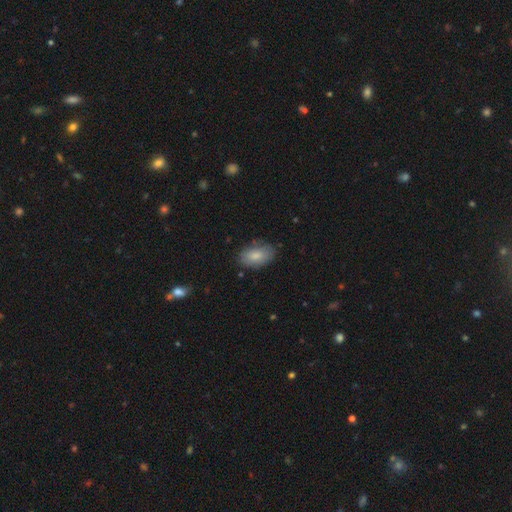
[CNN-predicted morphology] Smooth or featured?
  - smooth: 83% *
  - featured or disk: 11%
  - star or artifact: 6%
How rounded?
  - in between: 93% *
  - round: 6%
  - cigar-shaped: 2%
Merging?
  - none: 78% *
  - minor disturbance: 17%
  - major disturbance: 3%
  - merger: 2%